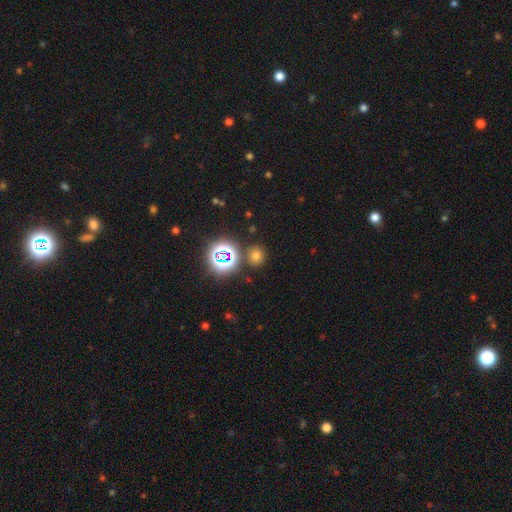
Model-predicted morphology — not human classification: Overall: smooth (65%; star or artifact 28%). How rounded: round (79%). Merging: none (83%).